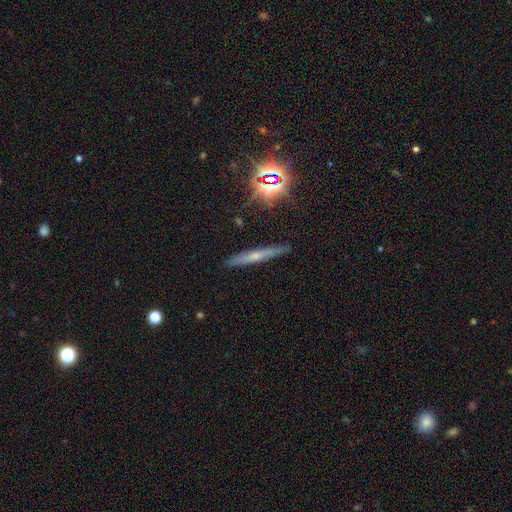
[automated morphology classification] Overall: featured or disk (45%; smooth 39%). Merging: none (87%).